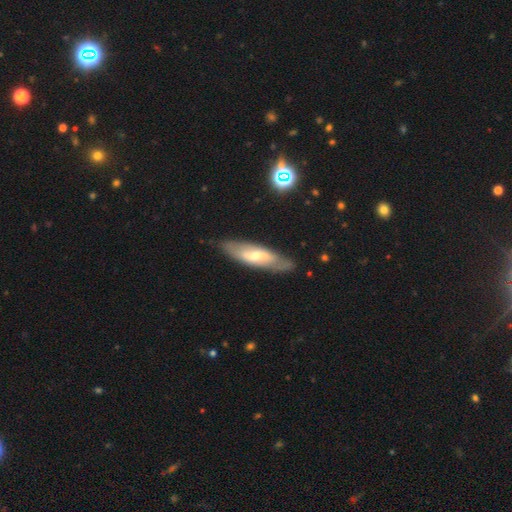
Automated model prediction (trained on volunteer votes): smooth_or_featured: featured or disk (p=0.52) [alt: smooth p=0.43]
disk_edge_on: no (p=0.68) [alt: yes p=0.32]
merging: none (p=0.80) [alt: minor disturbance p=0.14]